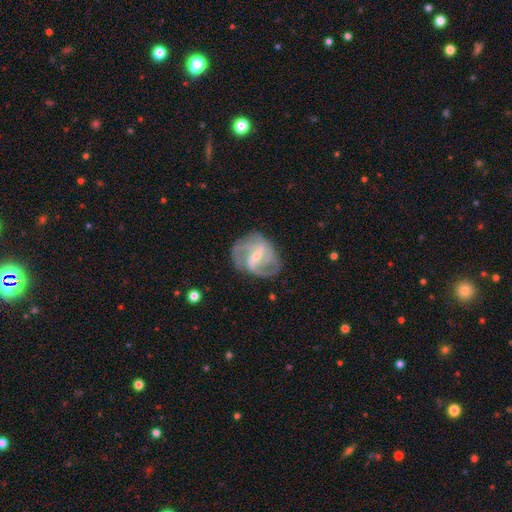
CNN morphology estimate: Smooth or featured? featured or disk (87%)
Edge-on disk? no (97%)
Bar? strong (50%)
Spiral arms? yes (95%)
Spiral winding? medium (49%)
Spiral arm count? 2 (48%)
Bulge size? small (57%)
Merging? none (71%)